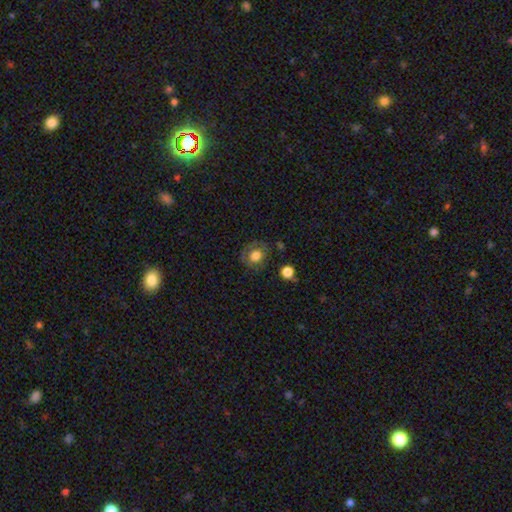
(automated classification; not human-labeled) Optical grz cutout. It shows a smooth galaxy with no disk features (69%) that is round (70%). Merging: none (69%).